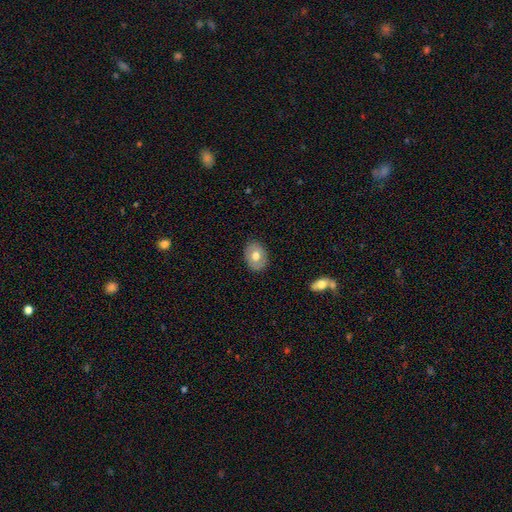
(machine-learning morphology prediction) The model was most divided on "how rounded": in between: 70%, round: 29%, cigar-shaped: 1%. More confident: merging — none (85%); smooth or featured — smooth (69%).